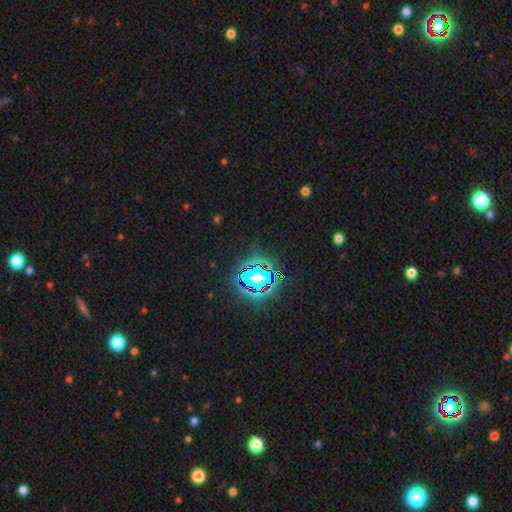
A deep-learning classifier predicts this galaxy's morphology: star or artifact 82%, smooth 10%, featured or disk 7%.